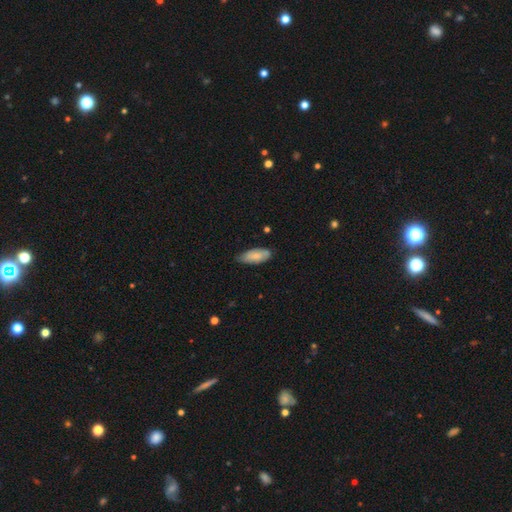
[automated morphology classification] A smooth galaxy with no disk features (77%) that is in between round and cigar-shaped (85%).

Vote fractions:
- Smooth or featured? smooth: 77% / featured or disk: 18% / star or artifact: 6%
- How rounded? in between: 85% / cigar-shaped: 13% / round: 2%
- Merging? none: 69% / minor disturbance: 27% / major disturbance: 3% / merger: 1%